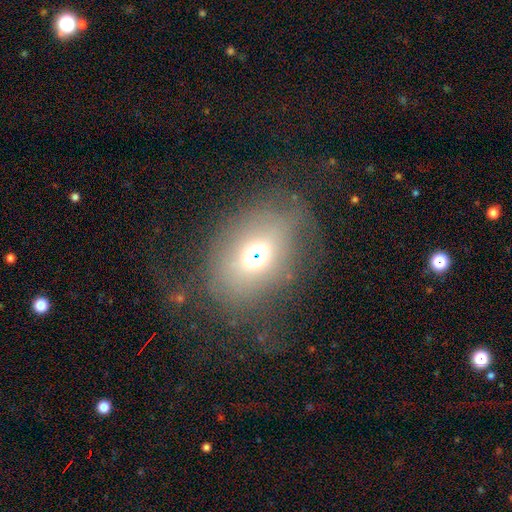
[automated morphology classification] This is possibly a smooth galaxy (57%). How rounded: possibly in between (56%). Merging: possibly none (58%).